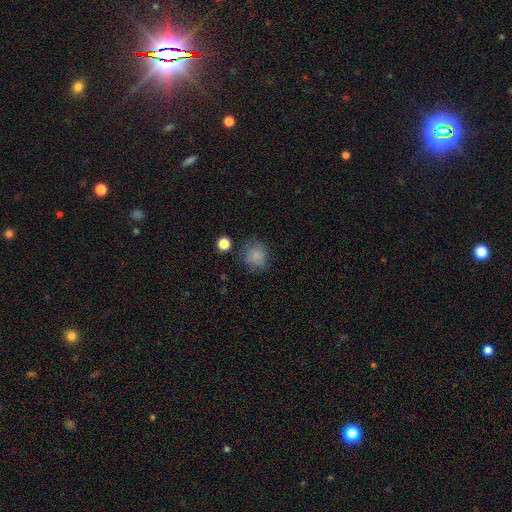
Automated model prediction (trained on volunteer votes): Smooth or featured: smooth — 80% (star or artifact — 12%)
How rounded: round — 77% (in between — 22%)
Merging: none — 72% (minor disturbance — 18%)